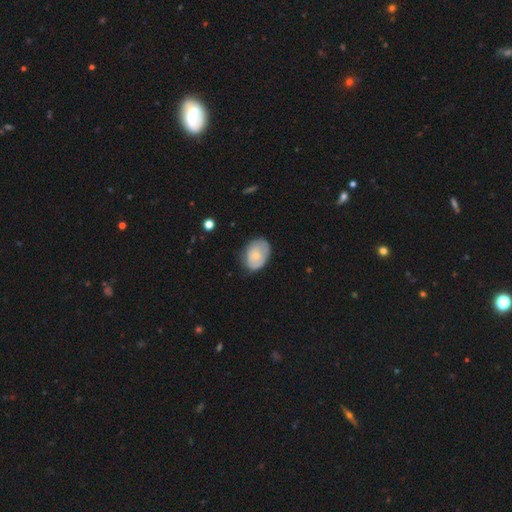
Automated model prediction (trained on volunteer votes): This is likely a smooth galaxy (62%). How rounded: likely in between (75%). Merging: likely none (66%).